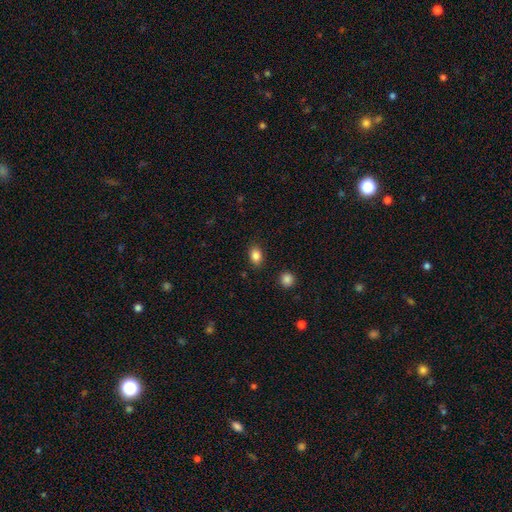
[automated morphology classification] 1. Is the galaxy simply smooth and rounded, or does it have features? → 85% smooth, 9% star or artifact, 6% featured or disk.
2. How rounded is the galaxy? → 75% in between, 24% round, 1% cigar-shaped.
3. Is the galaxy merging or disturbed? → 87% none, 9% minor disturbance, 2% major disturbance, 2% merger.